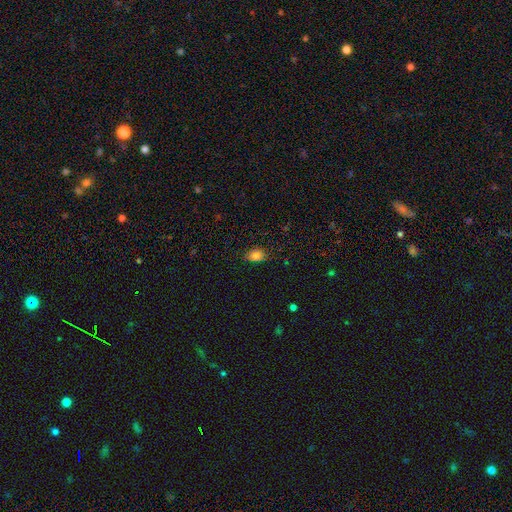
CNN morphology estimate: Q: Smooth or featured?
A: smooth (82%); runner-up: star or artifact (11%)
Q: How rounded?
A: in between (74%); runner-up: round (24%)
Q: Merging?
A: none (77%); runner-up: minor disturbance (18%)